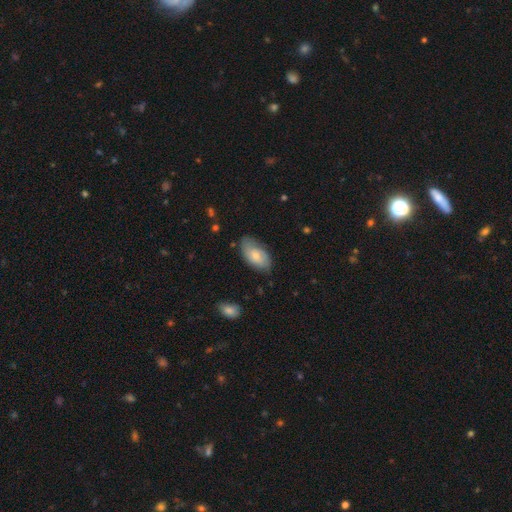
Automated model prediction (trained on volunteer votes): Smooth or featured? smooth (62%)
How rounded? in between (94%)
Merging? none (69%)